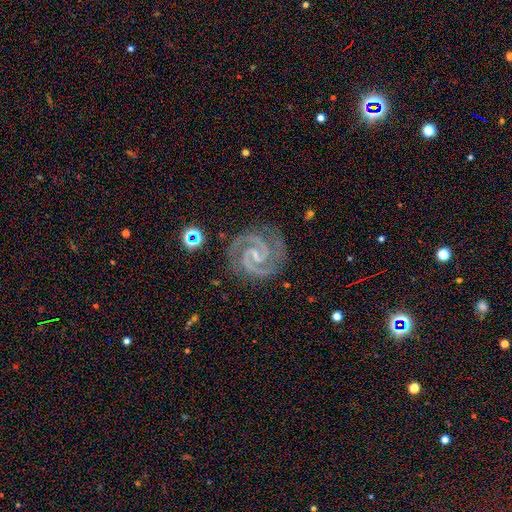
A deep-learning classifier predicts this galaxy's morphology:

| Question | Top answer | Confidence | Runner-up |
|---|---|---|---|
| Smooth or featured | featured or disk | 93% | star or artifact (5%) |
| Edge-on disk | no | 98% | yes (2%) |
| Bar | weak | 47% | no (29%) |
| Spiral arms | yes | 99% | no (1%) |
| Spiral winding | tight | 56% | medium (41%) |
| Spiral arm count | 2 | 91% | 3 (4%) |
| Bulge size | small | 60% | none (26%) |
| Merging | none | 81% | minor disturbance (13%) |